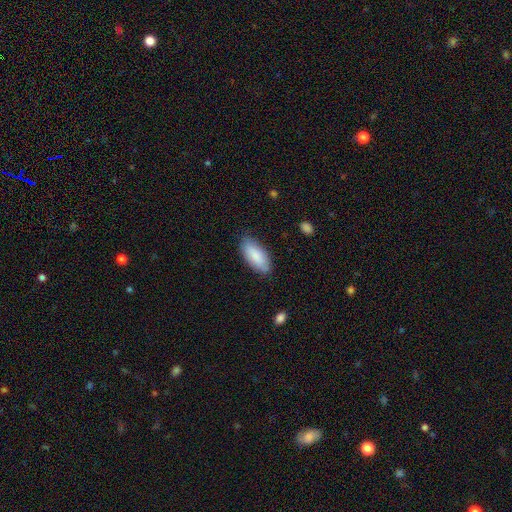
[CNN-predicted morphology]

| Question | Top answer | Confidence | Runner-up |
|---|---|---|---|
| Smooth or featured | smooth | 85% | featured or disk (9%) |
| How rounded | in between | 86% | cigar-shaped (12%) |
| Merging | none | 82% | minor disturbance (14%) |